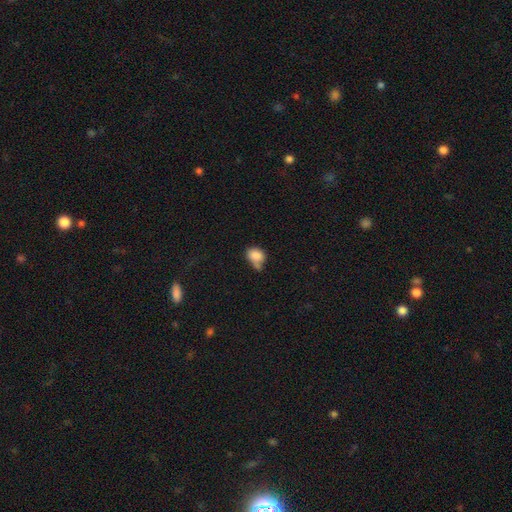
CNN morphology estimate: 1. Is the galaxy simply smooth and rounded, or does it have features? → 82% smooth, 10% star or artifact, 9% featured or disk.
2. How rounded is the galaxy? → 58% in between, 41% round, 1% cigar-shaped.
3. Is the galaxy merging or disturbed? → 37% none, 29% minor disturbance, 23% merger, 11% major disturbance.